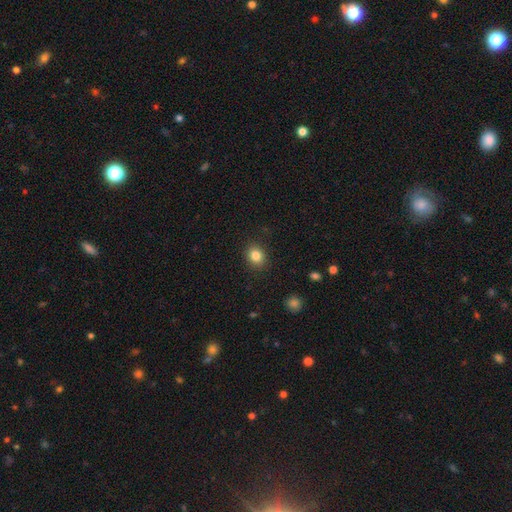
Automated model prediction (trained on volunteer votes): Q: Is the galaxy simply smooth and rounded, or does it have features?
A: smooth — 84%.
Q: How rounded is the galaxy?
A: round — 63%.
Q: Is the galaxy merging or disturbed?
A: none — 89%.